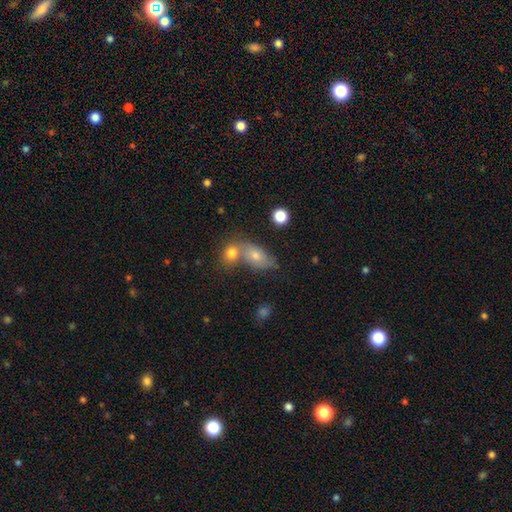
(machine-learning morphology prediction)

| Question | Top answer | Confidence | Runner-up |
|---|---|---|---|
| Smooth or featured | smooth | 67% | featured or disk (22%) |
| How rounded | in between | 83% | round (13%) |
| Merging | merger | 47% | none (35%) |